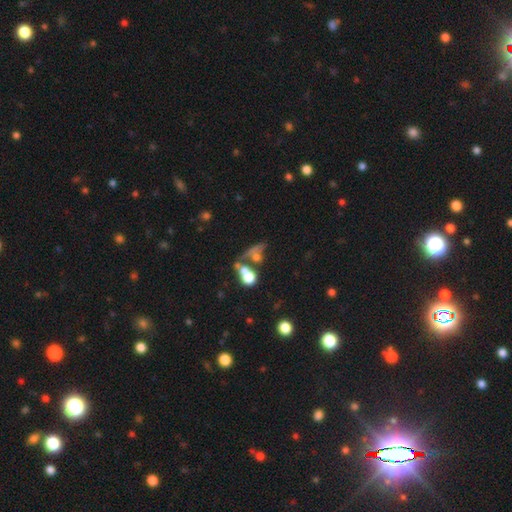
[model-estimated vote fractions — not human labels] A smooth galaxy with no disk features (51%) that is round (53%). Merging: merger (42%).